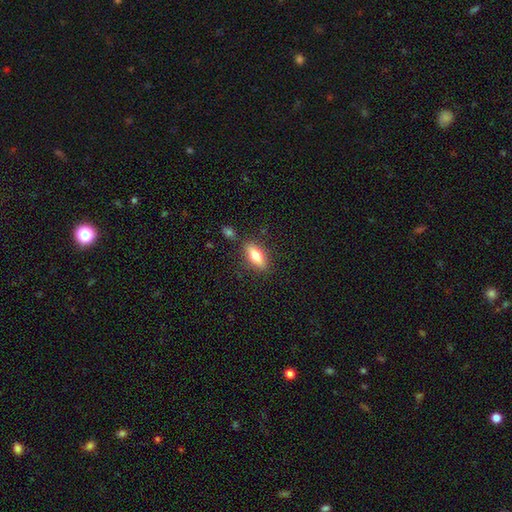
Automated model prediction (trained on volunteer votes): A smooth galaxy with no disk features (68%) that is in between round and cigar-shaped (70%). Merging: none (82%).